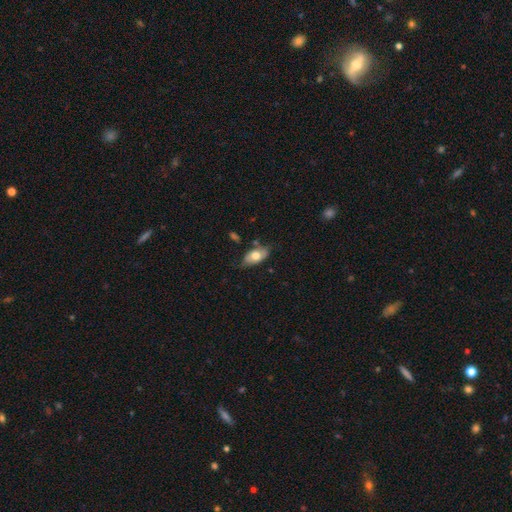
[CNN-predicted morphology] smooth_or_featured: smooth (p=0.65) [alt: featured or disk p=0.28]
how_rounded: in between (p=0.91) [alt: round p=0.05]
merging: none (p=0.65) [alt: minor disturbance p=0.26]